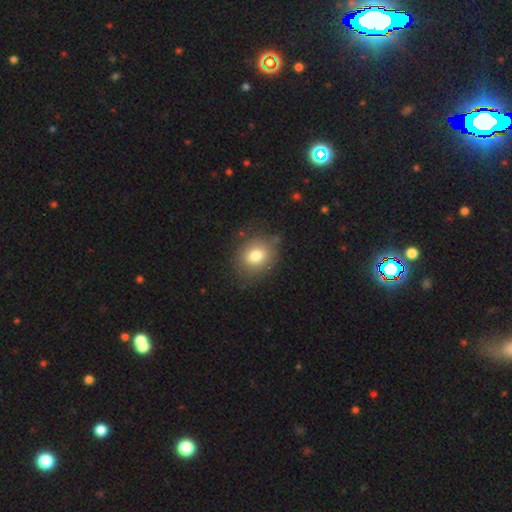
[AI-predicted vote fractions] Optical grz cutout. It shows a smooth galaxy with no disk features (78%) that is round (60%). Merging: none (77%).